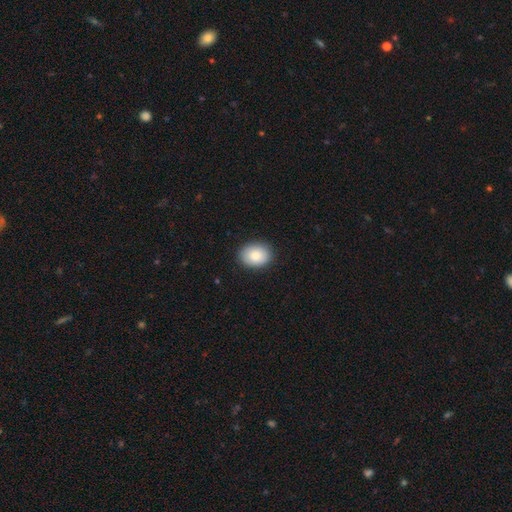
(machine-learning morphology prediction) Smooth or featured: smooth — 84% (featured or disk — 9%)
How rounded: in between — 57% (round — 42%)
Merging: none — 88% (minor disturbance — 9%)